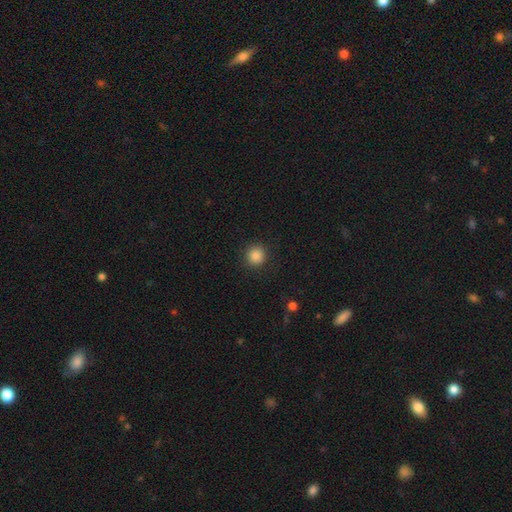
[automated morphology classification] smooth_or_featured: smooth (p=0.87) [alt: star or artifact p=0.10]
how_rounded: round (p=0.92) [alt: in between p=0.07]
merging: none (p=0.91) [alt: minor disturbance p=0.06]